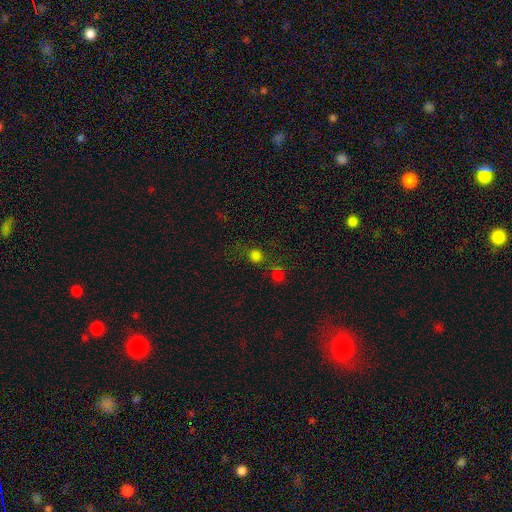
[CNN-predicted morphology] Smooth or featured?
  - smooth: 70% *
  - star or artifact: 24%
  - featured or disk: 6%
How rounded?
  - round: 87% *
  - in between: 12%
  - cigar-shaped: 1%
Merging?
  - none: 66% *
  - merger: 13%
  - minor disturbance: 13%
  - major disturbance: 8%